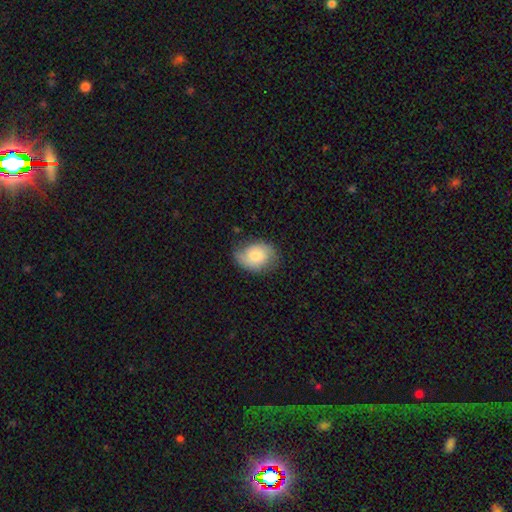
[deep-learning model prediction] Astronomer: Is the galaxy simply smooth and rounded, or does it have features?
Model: smooth — 64%.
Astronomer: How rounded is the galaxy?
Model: in between — 68%.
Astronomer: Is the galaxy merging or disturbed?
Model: none — 68%.